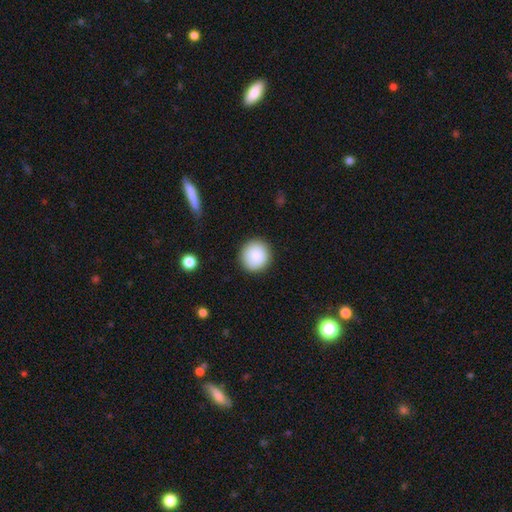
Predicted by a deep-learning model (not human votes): smooth 89%, star or artifact 7%, featured or disk 4%. Down the decision tree: how rounded — round (92%); merging — none (89%).